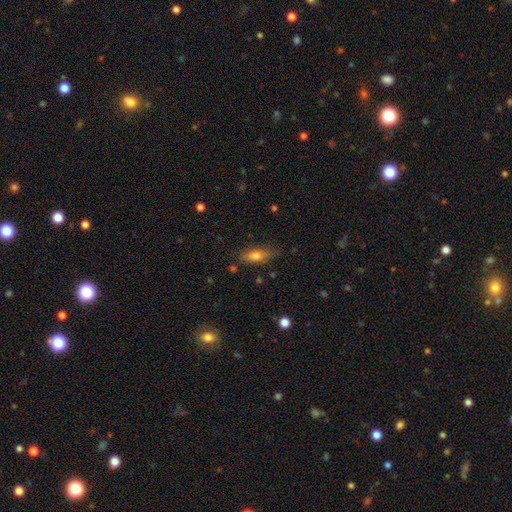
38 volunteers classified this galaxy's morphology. This appears to be a smooth galaxy with no disk features (68%) that is in between round and cigar-shaped (69%). Merging: none (75%).